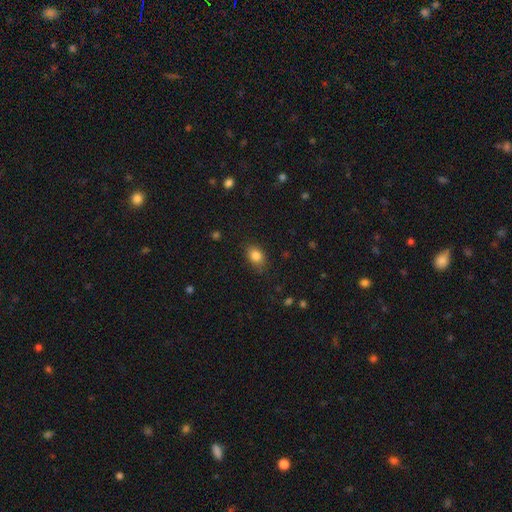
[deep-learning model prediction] Morphology: type=smooth (84%); roundness=in between (73%); merging=none (80%).